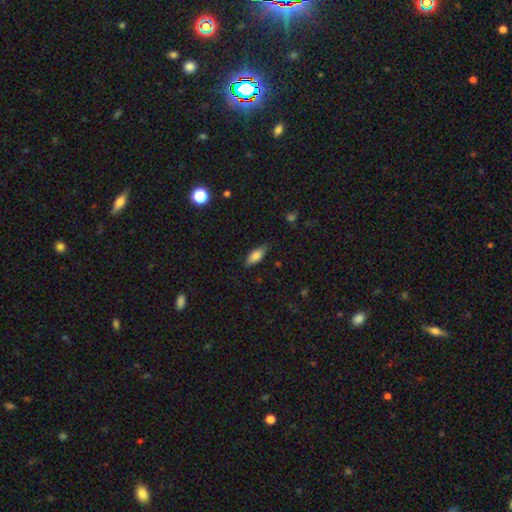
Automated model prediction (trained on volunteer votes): Smooth or featured?
  - smooth: 78% *
  - featured or disk: 15%
  - star or artifact: 8%
How rounded?
  - in between: 76% *
  - cigar-shaped: 21%
  - round: 3%
Merging?
  - none: 80% *
  - minor disturbance: 16%
  - major disturbance: 3%
  - merger: 1%